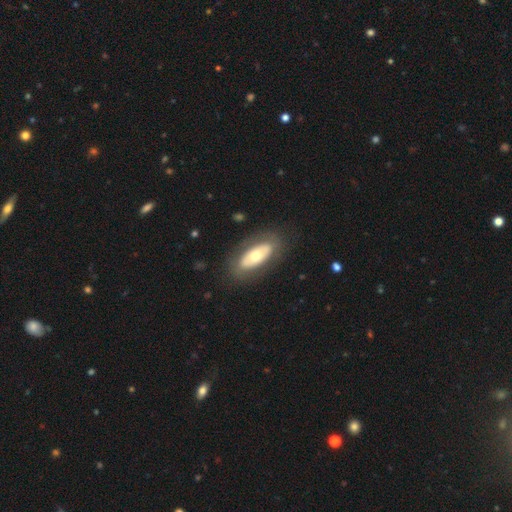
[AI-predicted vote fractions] The model was most divided on "smooth or featured": smooth: 49%, featured or disk: 45%, star or artifact: 6%. More confident: merging — none (81%).